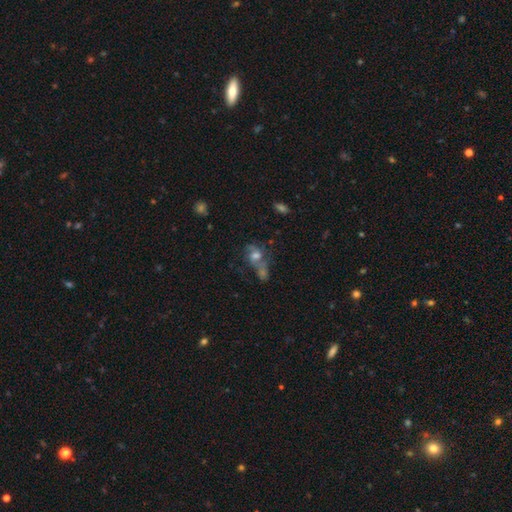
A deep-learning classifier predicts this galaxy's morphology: This is marginally a featured or disk galaxy (41%). Merging: marginally merger (43%).